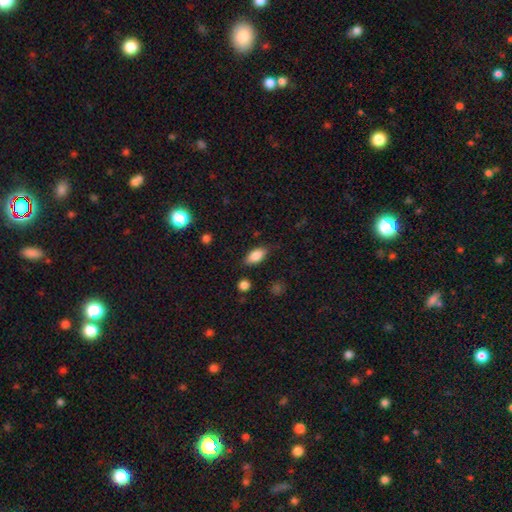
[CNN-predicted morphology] Smooth or featured? smooth (85%)
How rounded? in between (89%)
Merging? none (80%)